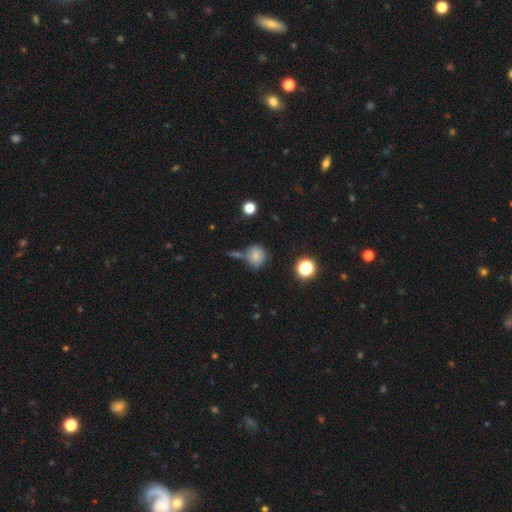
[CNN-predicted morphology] Q: Smooth or featured?
A: smooth (77%); runner-up: star or artifact (13%)
Q: How rounded?
A: round (82%); runner-up: in between (16%)
Q: Merging?
A: none (51%); runner-up: merger (23%)